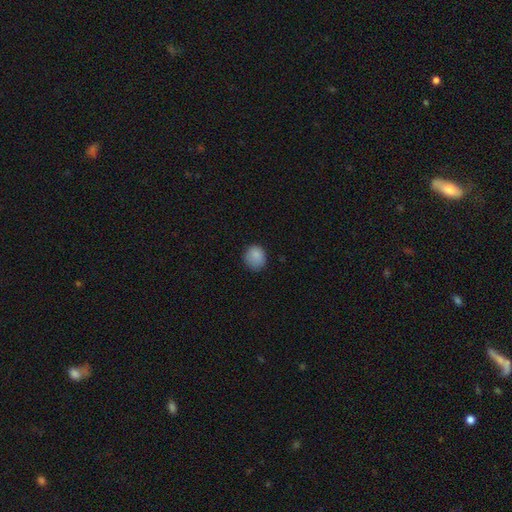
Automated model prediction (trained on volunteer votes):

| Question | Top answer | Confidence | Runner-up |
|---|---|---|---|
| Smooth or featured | smooth | 86% | star or artifact (10%) |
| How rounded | round | 79% | in between (20%) |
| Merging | none | 77% | minor disturbance (18%) |